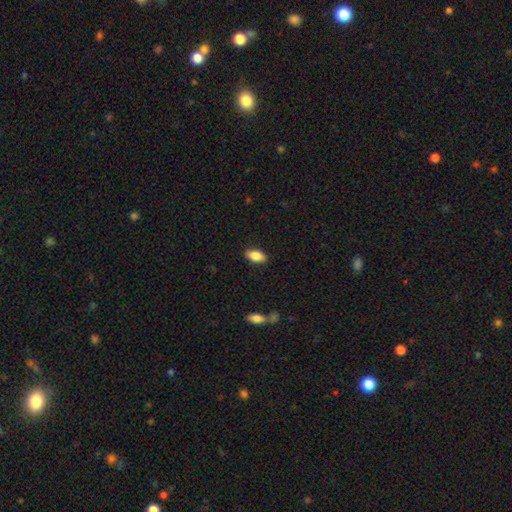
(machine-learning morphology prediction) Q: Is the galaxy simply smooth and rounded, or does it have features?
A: smooth — 84%.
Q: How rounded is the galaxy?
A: in between — 91%.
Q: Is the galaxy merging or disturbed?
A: none — 88%.